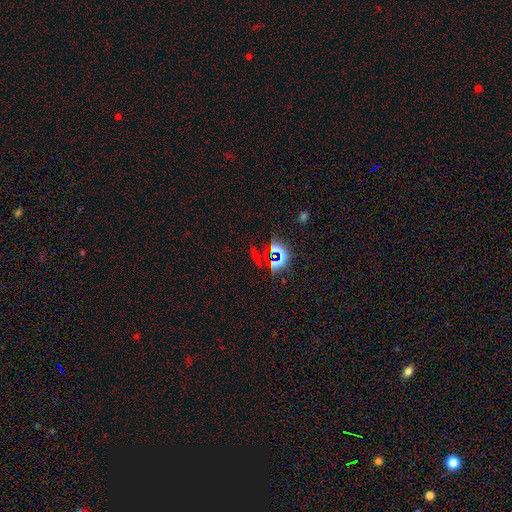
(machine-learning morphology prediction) Smooth or featured? star or artifact (71%)